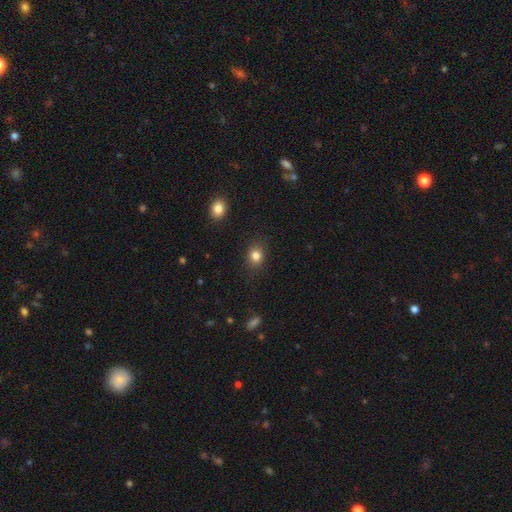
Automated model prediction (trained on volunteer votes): Smooth or featured? smooth (83%)
How rounded? round (63%)
Merging? none (86%)